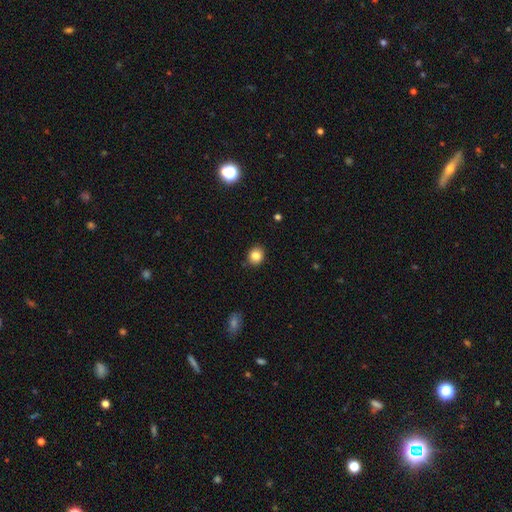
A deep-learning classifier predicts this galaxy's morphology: Smooth or featured: smooth — 84% (star or artifact — 10%)
How rounded: round — 74% (in between — 25%)
Merging: none — 88% (minor disturbance — 9%)